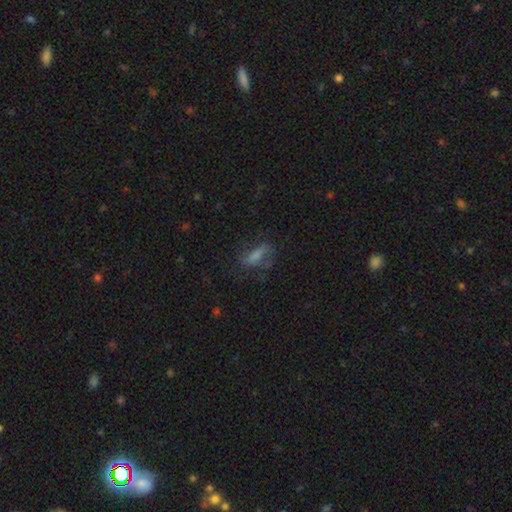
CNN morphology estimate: Q: Smooth or featured?
A: smooth (50%); runner-up: featured or disk (33%)
Q: How rounded?
A: in between (51%); runner-up: cigar-shaped (43%)
Q: Merging?
A: none (61%); runner-up: minor disturbance (21%)